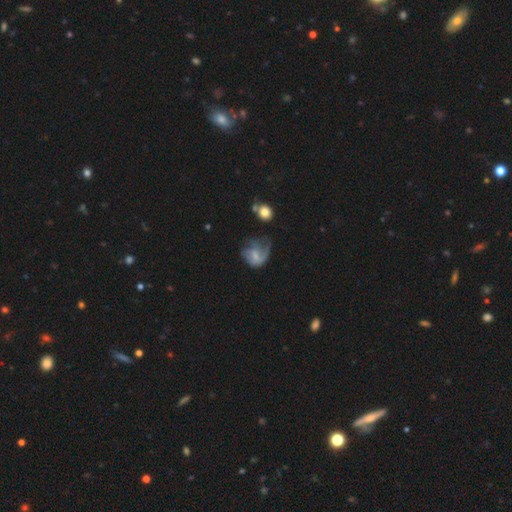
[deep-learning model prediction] Smooth or featured? featured or disk (55%)
Edge-on disk? no (97%)
Bar? no (48%)
Spiral arms? yes (68%)
Bulge size? small (44%)
Merging? major disturbance (42%)